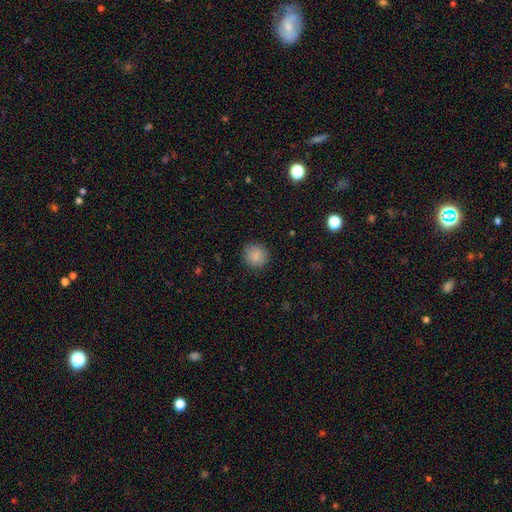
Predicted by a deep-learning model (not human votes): Smooth or featured? smooth (87%)
How rounded? round (92%)
Merging? none (88%)